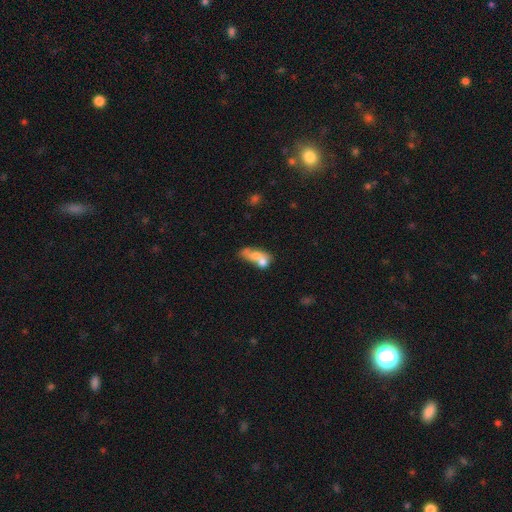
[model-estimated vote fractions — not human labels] The model was most divided on "smooth or featured": smooth: 61%, featured or disk: 29%, star or artifact: 10%. More confident: how rounded — in between (66%); merging — merger (61%).